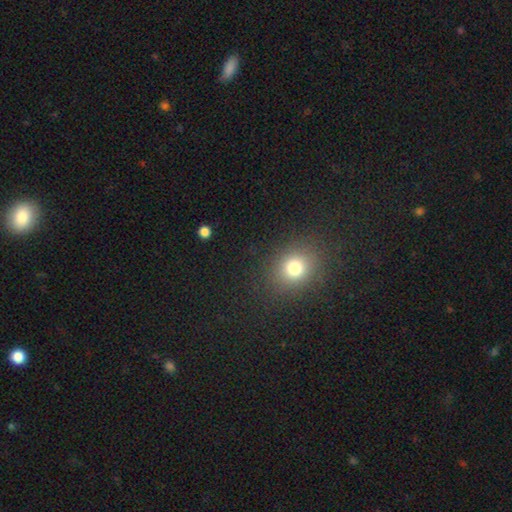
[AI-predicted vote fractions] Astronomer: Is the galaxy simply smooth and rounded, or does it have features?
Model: smooth — 69%.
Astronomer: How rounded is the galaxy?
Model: round — 72%.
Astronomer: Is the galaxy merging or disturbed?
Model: none — 91%.